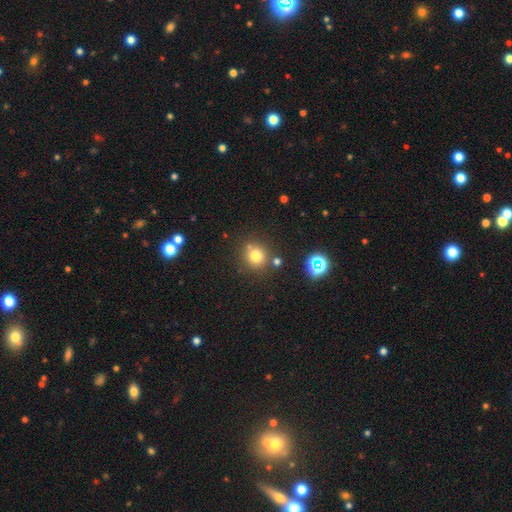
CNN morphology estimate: Overall: smooth (76%). How rounded: round (89%). Merging: none (76%).